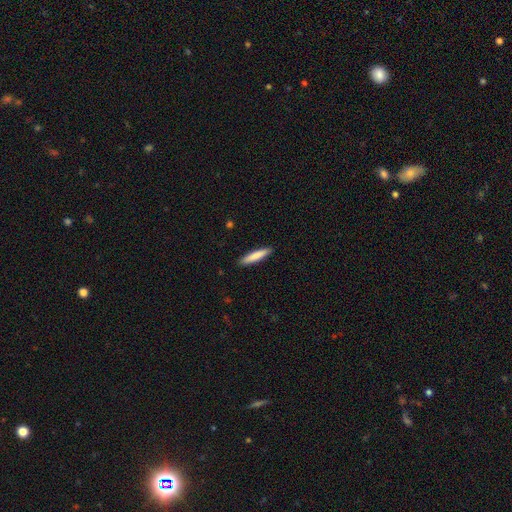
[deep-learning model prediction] This is clearly a smooth galaxy (83%). How rounded: clearly cigar-shaped (88%). Merging: clearly none (91%).